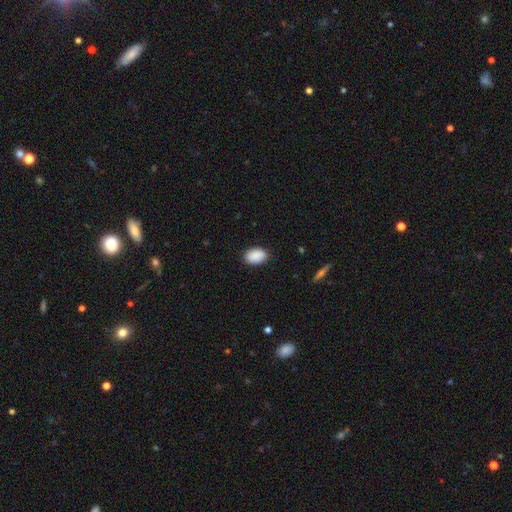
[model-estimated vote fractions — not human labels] Overall: smooth (90%). How rounded: in between (89%). Merging: none (87%).